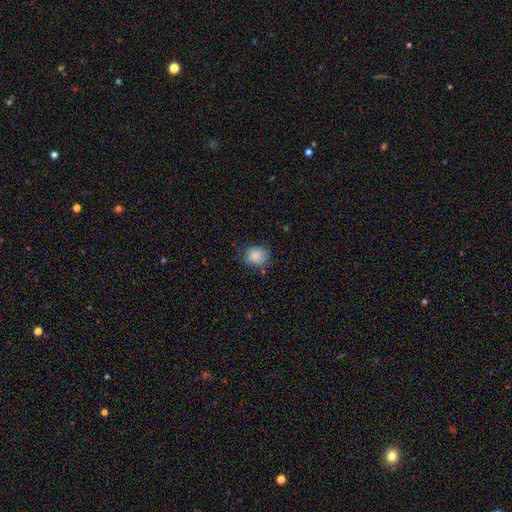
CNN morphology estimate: smooth-or-featured: smooth: 86% | star or artifact: 8% | featured or disk: 6%
  how-rounded: round: 68% | in between: 31% | cigar-shaped: 1%
  merging: none: 68% | minor disturbance: 24% | major disturbance: 6% | merger: 2%